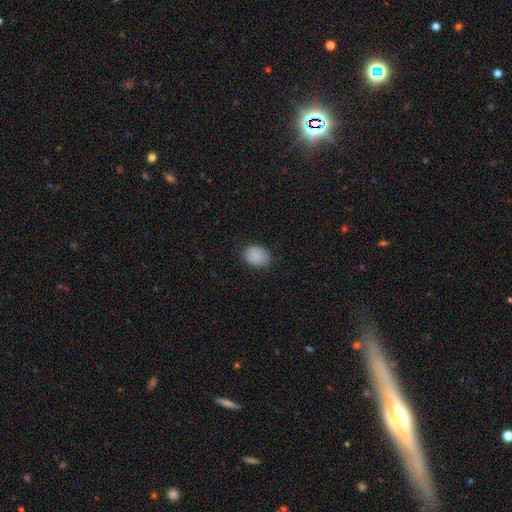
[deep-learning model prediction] Smooth or featured? Predicted: smooth (p=0.88). How rounded? Predicted: in between (p=0.64). Merging? Predicted: none (p=0.79).